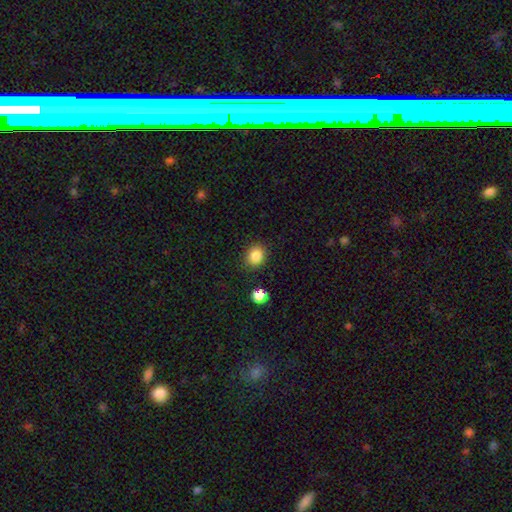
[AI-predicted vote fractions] Q: Smooth or featured?
A: smooth (85%); runner-up: star or artifact (11%)
Q: How rounded?
A: round (69%); runner-up: in between (30%)
Q: Merging?
A: none (85%); runner-up: minor disturbance (10%)